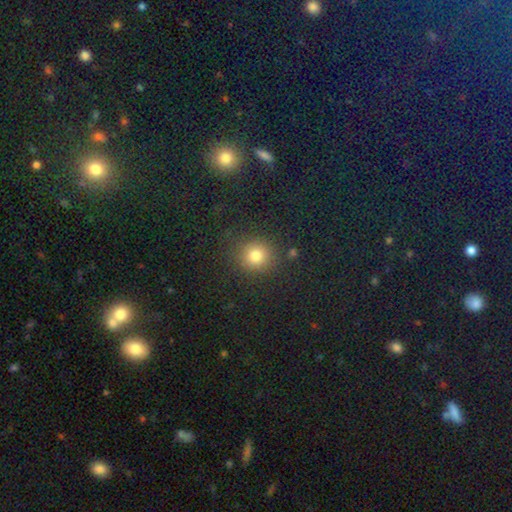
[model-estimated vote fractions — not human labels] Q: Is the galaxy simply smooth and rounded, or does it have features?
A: smooth — 79%.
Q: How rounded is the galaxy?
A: round — 89%.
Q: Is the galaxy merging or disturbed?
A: none — 85%.